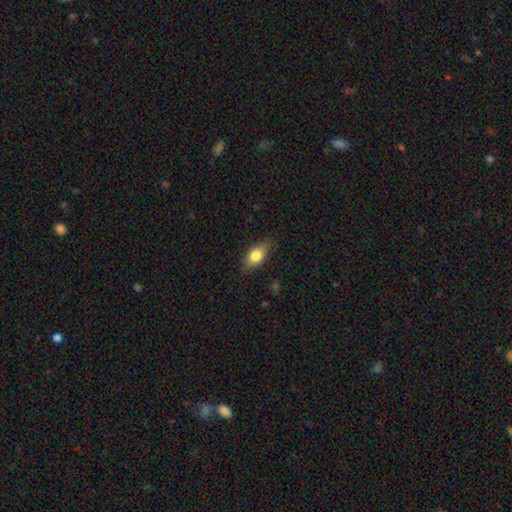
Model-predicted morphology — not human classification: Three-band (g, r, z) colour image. It shows a smooth galaxy with no disk features (78%) that is in between round and cigar-shaped (83%). Merging: none (79%).